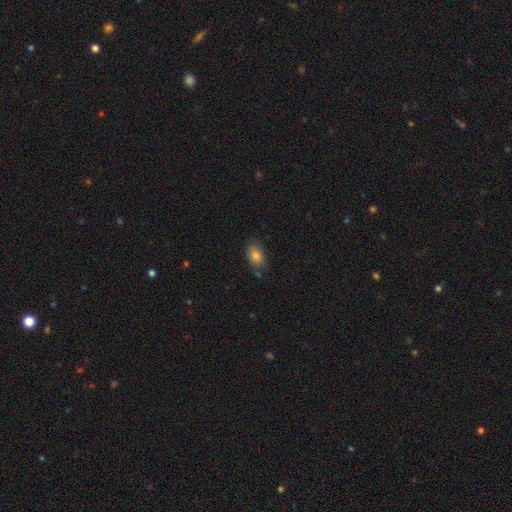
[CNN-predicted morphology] Smooth or featured? Predicted: smooth (p=0.82). How rounded? Predicted: in between (p=0.86). Merging? Predicted: none (p=0.70).